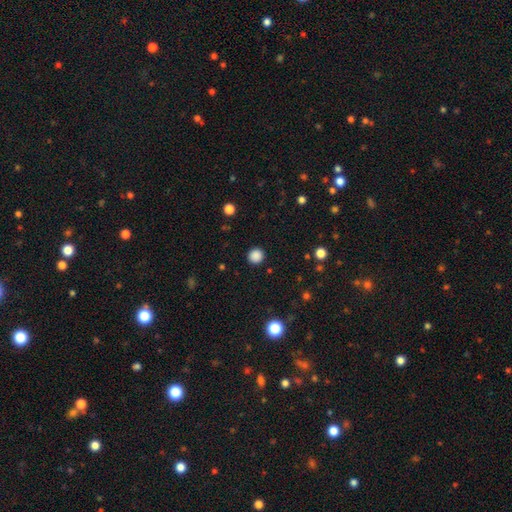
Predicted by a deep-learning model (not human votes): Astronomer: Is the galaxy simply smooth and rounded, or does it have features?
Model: smooth — 87%.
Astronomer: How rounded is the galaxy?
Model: round — 94%.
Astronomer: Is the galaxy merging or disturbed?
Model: none — 92%.